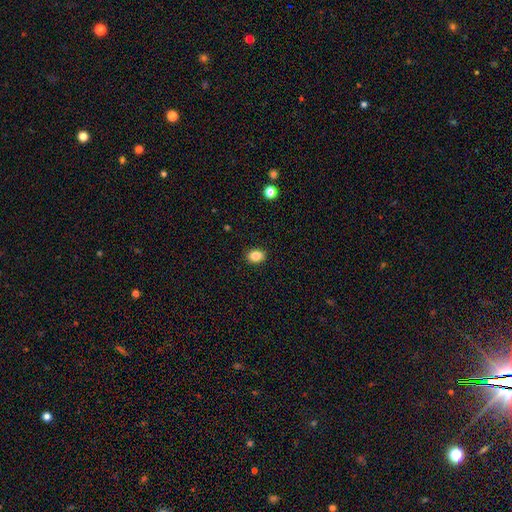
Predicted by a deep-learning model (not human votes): Morphology: type=smooth (87%); roundness=in between (63%); merging=none (90%).